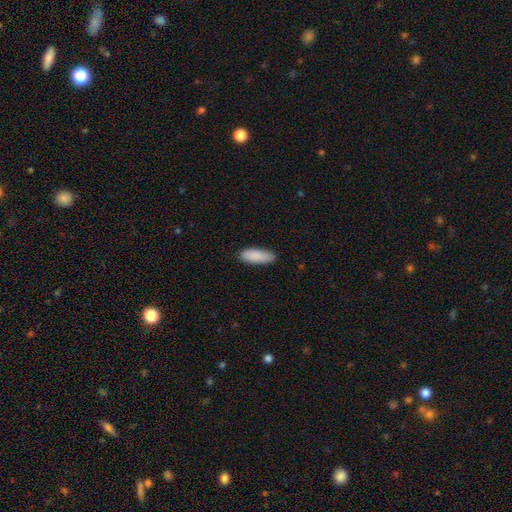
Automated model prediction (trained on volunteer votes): Smooth or featured? Predicted: smooth (p=0.89). How rounded? Predicted: in between (p=0.66). Merging? Predicted: none (p=0.86).